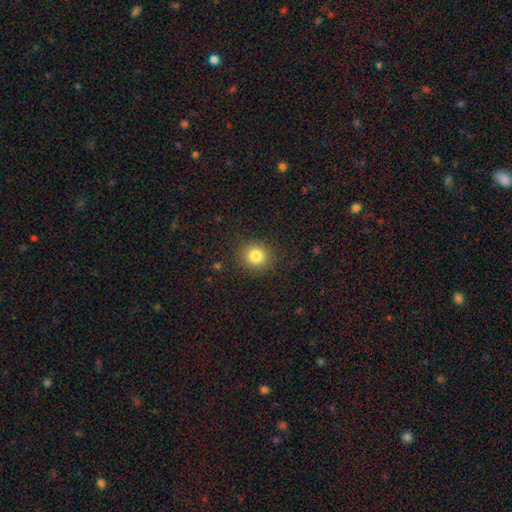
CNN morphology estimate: Overall: smooth (82%). How rounded: round (88%). Merging: none (88%).